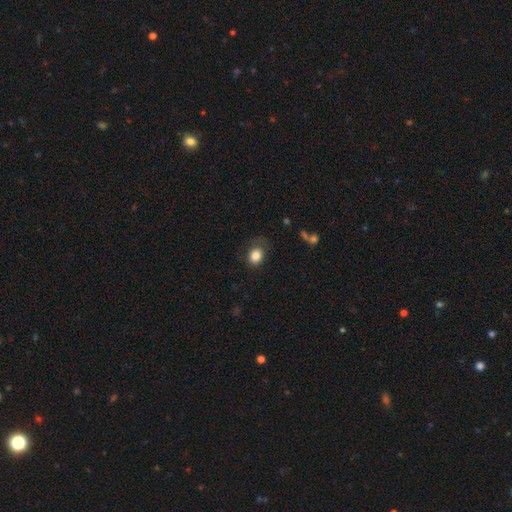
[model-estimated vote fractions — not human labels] A smooth galaxy with no disk features (83%) that is in between round and cigar-shaped (50%). Merging: none (62%).